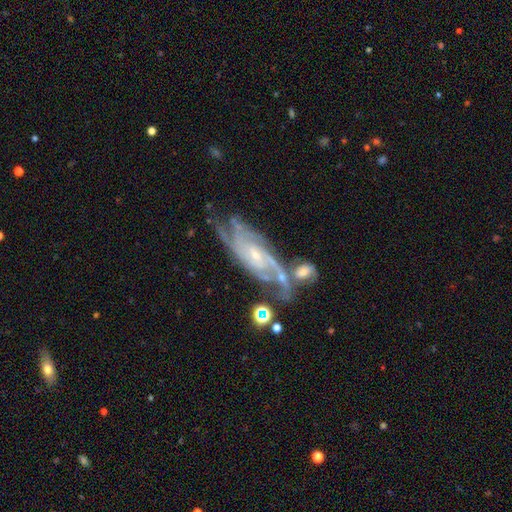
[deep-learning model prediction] A featured or disk galaxy (87%) with no bar (62%), tight (51%) spiral arms (96%) and a small central bulge (75%). Merging: none (49%).